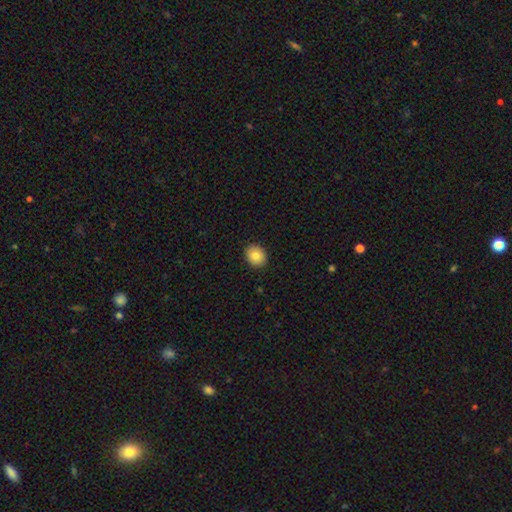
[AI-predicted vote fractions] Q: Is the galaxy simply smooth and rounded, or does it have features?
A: smooth — 85%.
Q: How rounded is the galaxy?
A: round — 64%.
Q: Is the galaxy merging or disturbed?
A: none — 91%.